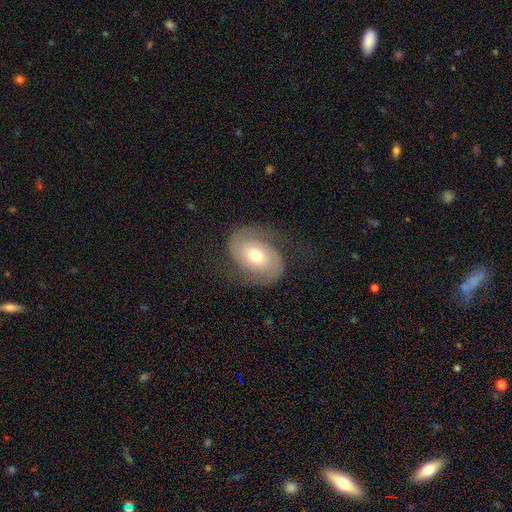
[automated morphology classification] This appears to be a featured or disk galaxy (82%) with no bar (66%), 2 (92%) medium (43%) spiral arms (95%) and a moderate central bulge (69%). Merging: none (76%).